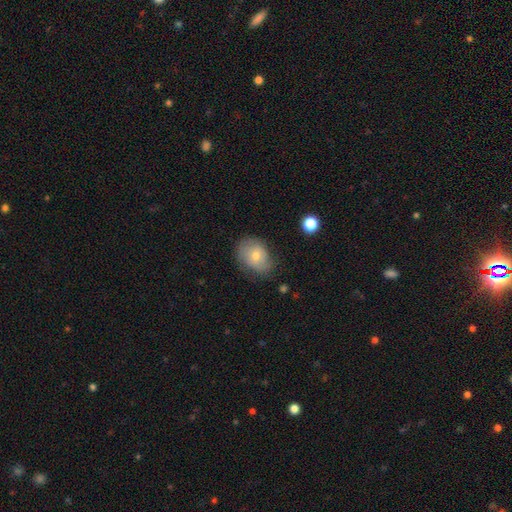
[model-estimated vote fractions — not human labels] Smooth or featured? smooth (66%)
How rounded? in between (64%)
Merging? none (63%)